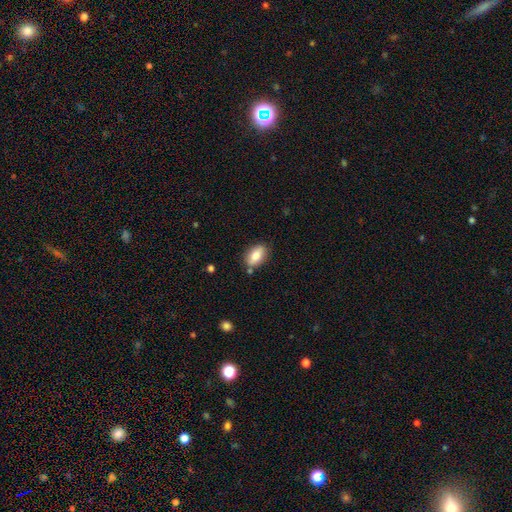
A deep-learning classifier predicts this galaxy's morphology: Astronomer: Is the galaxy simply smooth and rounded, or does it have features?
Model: smooth — 80%.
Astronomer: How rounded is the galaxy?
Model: in between — 88%.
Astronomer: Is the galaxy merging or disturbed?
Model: none — 77%.